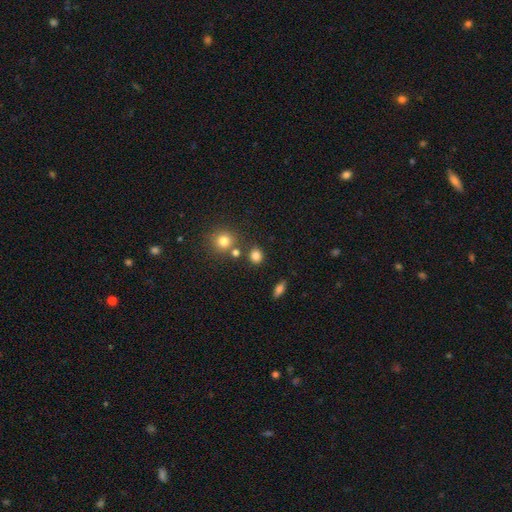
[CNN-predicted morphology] Smooth or featured? smooth (82%)
How rounded? round (74%)
Merging? none (77%)